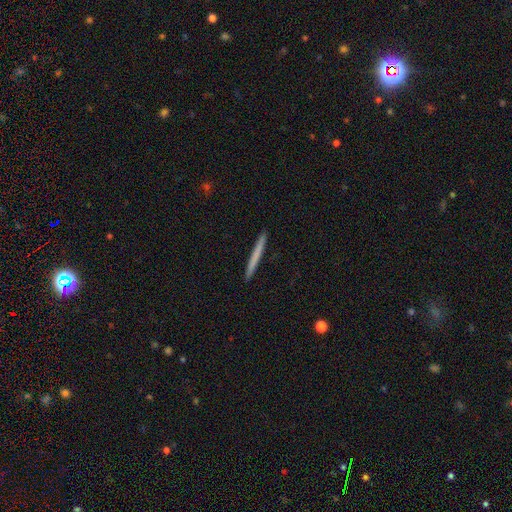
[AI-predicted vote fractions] A smooth galaxy with no disk features (64%) that is cigar-shaped (97%). Merging: none (93%).